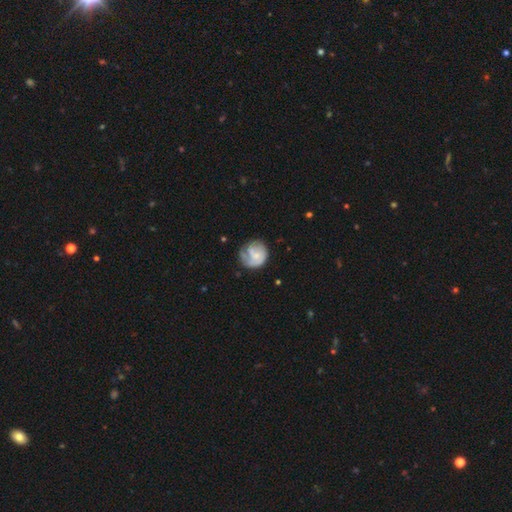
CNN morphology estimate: Smooth or featured?
  - featured or disk: 51% *
  - smooth: 42%
  - star or artifact: 7%
Edge-on disk?
  - no: 98% *
  - yes: 2%
Merging?
  - none: 52% *
  - minor disturbance: 25%
  - major disturbance: 20%
  - merger: 3%